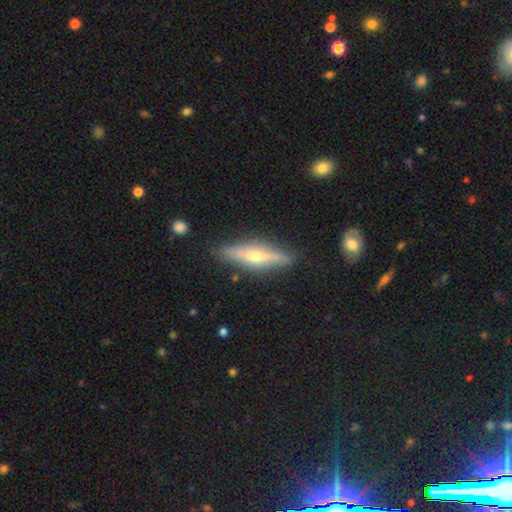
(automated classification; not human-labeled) Overall: featured or disk (64%; smooth 30%). Edge-on disk: yes (92%). Edge-on bulge: rounded (85%). Merging: none (83%).